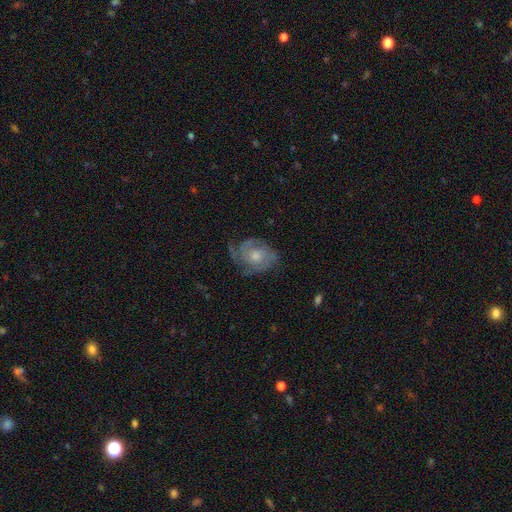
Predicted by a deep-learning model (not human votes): The model was most divided on "spiral arm count": can't tell: 37%, 3: 24%, 2: 17%, 4: 11%, 1: 6%, more than 4: 5%. More confident: edge-on disk — no (96%); spiral arms — yes (86%); bar — no (80%); smooth or featured — featured or disk (69%); bulge size — moderate (61%); merging — none (61%); spiral winding — tight (51%).